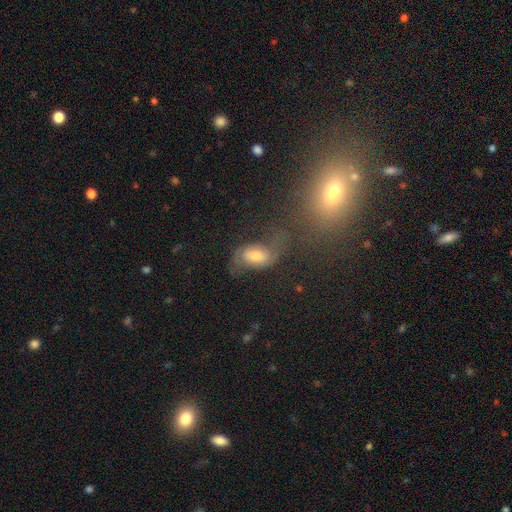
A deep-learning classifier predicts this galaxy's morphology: Smooth or featured? featured or disk (54%)
Edge-on disk? no (94%)
Bar? no (42%)
Spiral arms? yes (80%)
Bulge size? moderate (62%)
Merging? none (45%)